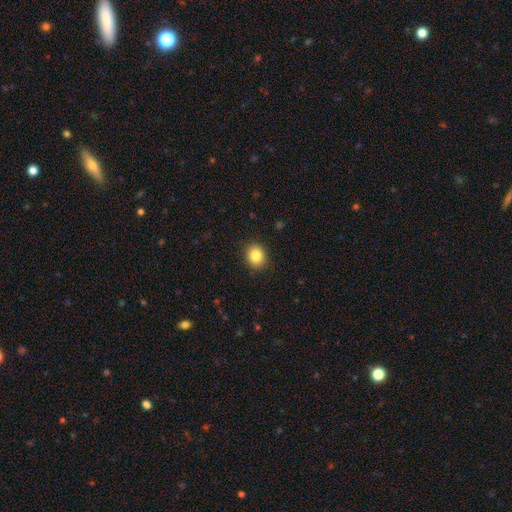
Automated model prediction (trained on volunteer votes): Smooth or featured? Predicted: smooth (p=0.84). How rounded? Predicted: round (p=0.66). Merging? Predicted: none (p=0.89).